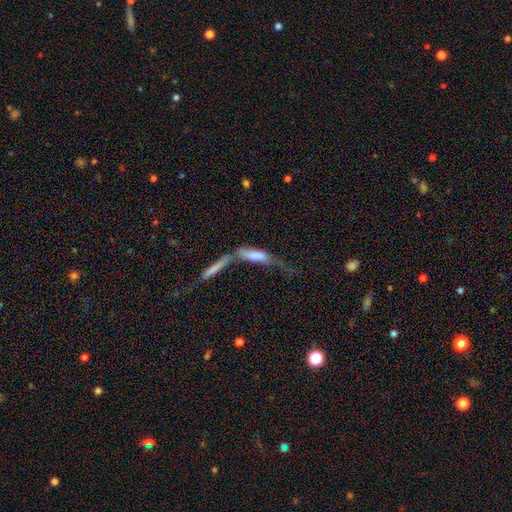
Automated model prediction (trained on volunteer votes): Smooth or featured? smooth (57%)
How rounded? cigar-shaped (70%)
Merging? merger (53%)